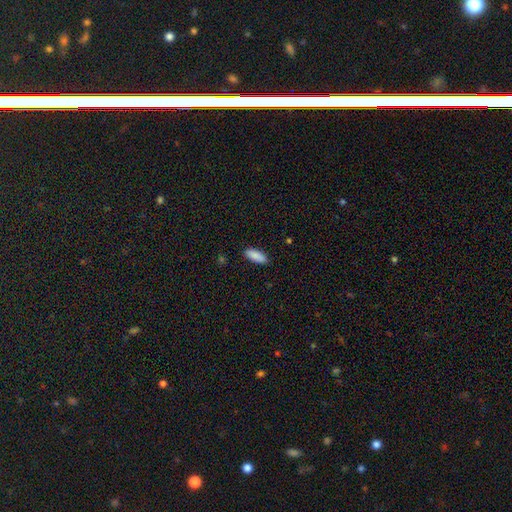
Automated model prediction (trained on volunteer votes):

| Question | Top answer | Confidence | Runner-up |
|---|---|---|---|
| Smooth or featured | smooth | 89% | star or artifact (6%) |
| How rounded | in between | 70% | cigar-shaped (29%) |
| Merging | none | 88% | minor disturbance (9%) |